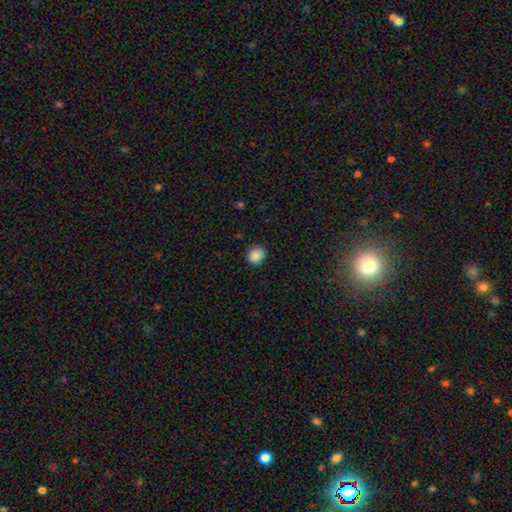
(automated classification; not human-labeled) Smooth or featured? smooth (88%)
How rounded? round (80%)
Merging? none (88%)